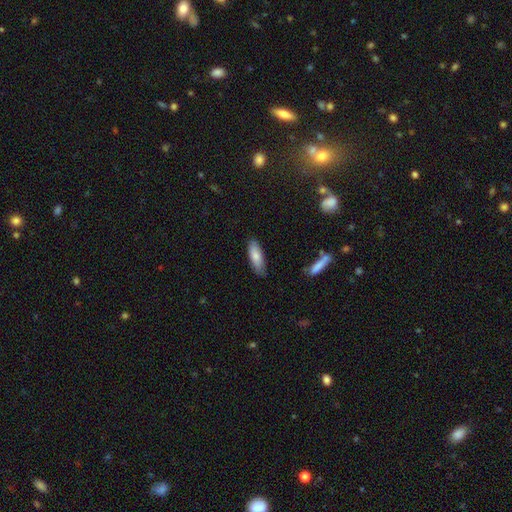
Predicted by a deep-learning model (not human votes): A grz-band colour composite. It shows a smooth galaxy with no disk features (80%) that is in between round and cigar-shaped (57%). Merging: none (81%).